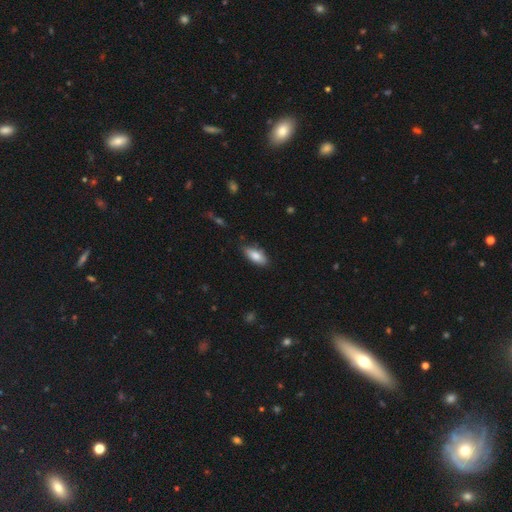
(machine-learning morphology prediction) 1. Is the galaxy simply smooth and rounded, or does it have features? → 81% smooth, 12% featured or disk, 7% star or artifact.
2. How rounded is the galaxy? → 85% in between, 13% cigar-shaped, 2% round.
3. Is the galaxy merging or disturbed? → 80% none, 16% minor disturbance, 3% major disturbance, 1% merger.